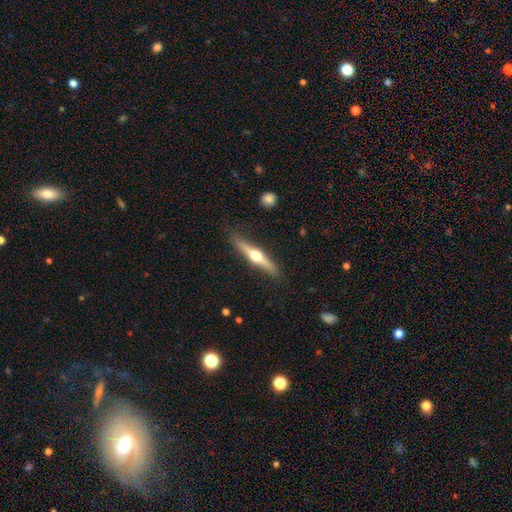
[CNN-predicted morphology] Smooth or featured?
  - featured or disk: 70% *
  - smooth: 25%
  - star or artifact: 5%
Edge-on disk?
  - yes: 97% *
  - no: 3%
Edge-on bulge?
  - rounded: 96% *
  - none: 2%
  - boxy: 2%
Merging?
  - none: 88% *
  - minor disturbance: 9%
  - major disturbance: 2%
  - merger: 1%